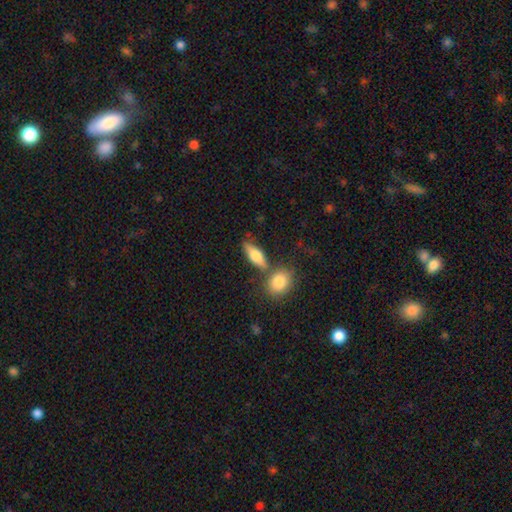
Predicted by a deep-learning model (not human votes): smooth_or_featured: smooth (p=0.70) [alt: featured or disk p=0.23]
how_rounded: in between (p=0.63) [alt: cigar-shaped p=0.30]
merging: none (p=0.62) [alt: merger p=0.21]